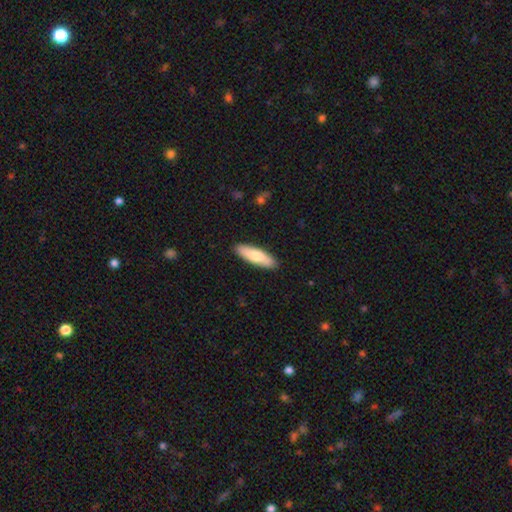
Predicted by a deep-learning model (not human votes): Smooth or featured: smooth — 77% (featured or disk — 19%)
How rounded: cigar-shaped — 55% (in between — 43%)
Merging: none — 90% (minor disturbance — 8%)